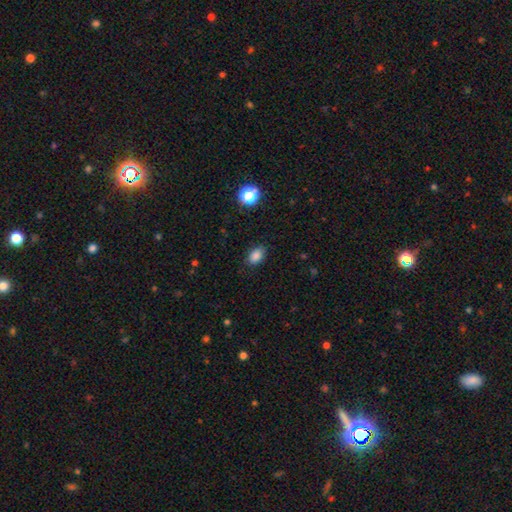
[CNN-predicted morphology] Overall: smooth (85%). How rounded: in between (85%). Merging: none (84%).